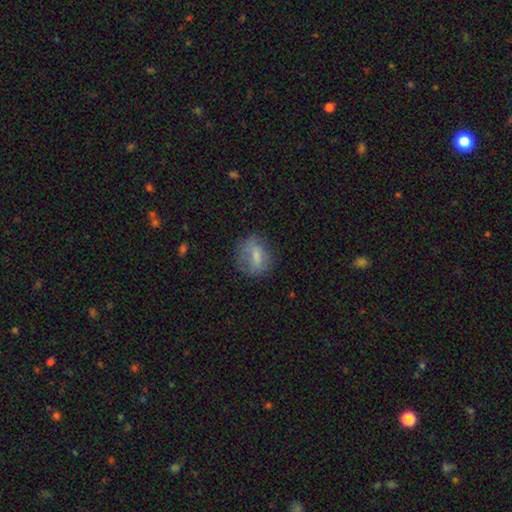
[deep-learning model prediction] Smooth or featured?
  - smooth: 67% *
  - featured or disk: 23%
  - star or artifact: 9%
How rounded?
  - round: 48% * (tied)
  - in between: 48% * (tied)
  - cigar-shaped: 4%
Merging?
  - none: 66% *
  - minor disturbance: 21%
  - major disturbance: 11%
  - merger: 2%